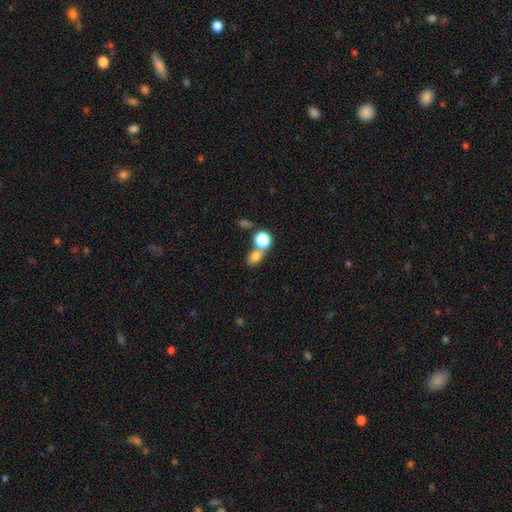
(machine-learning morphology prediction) smooth-or-featured: smooth: 74% | star or artifact: 16% | featured or disk: 10%
  how-rounded: round: 51% | in between: 48% | cigar-shaped: 2%
  merging: none: 46% | merger: 40% | minor disturbance: 9% | major disturbance: 5%